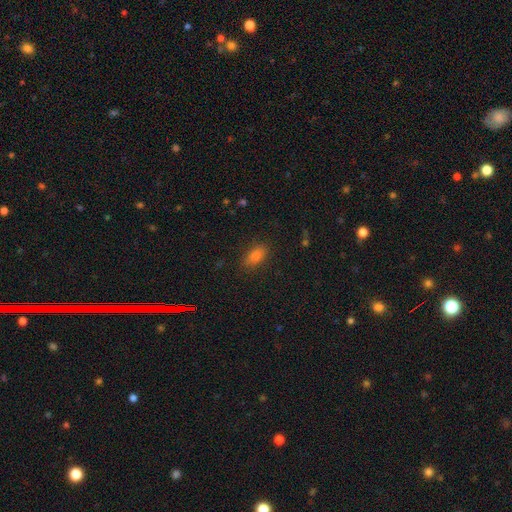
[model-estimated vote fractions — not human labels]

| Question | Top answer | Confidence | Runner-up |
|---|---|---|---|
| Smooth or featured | smooth | 77% | star or artifact (16%) |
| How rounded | in between | 86% | cigar-shaped (7%) |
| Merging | none | 84% | minor disturbance (11%) |